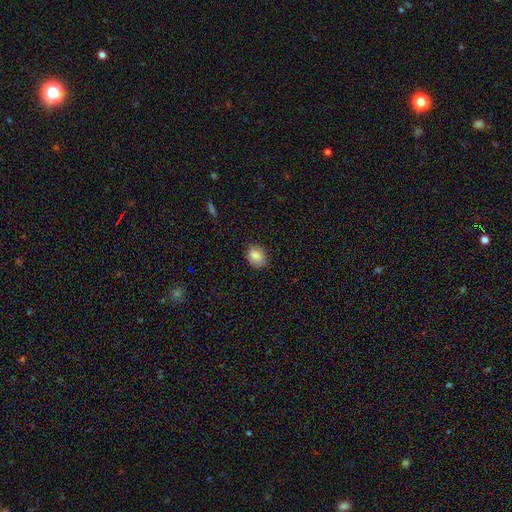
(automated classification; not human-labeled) smooth-or-featured: smooth: 86% | star or artifact: 9% | featured or disk: 5%
  how-rounded: round: 53% | in between: 46% | cigar-shaped: 1%
  merging: none: 81% | minor disturbance: 15% | major disturbance: 3% | merger: 1%